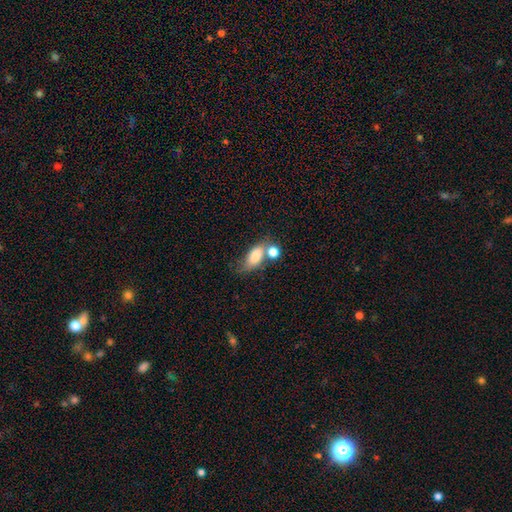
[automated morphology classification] Overall: smooth (77%). How rounded: in between (81%). Merging: none (35%, tied with merger).